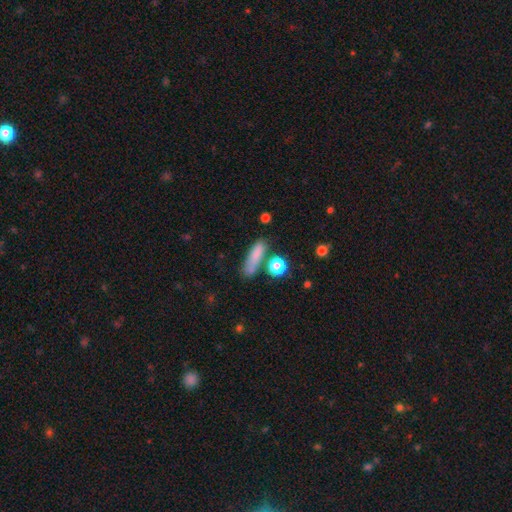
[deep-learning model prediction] smooth 79%, featured or disk 11%, star or artifact 10%. Down the decision tree: how rounded — cigar-shaped (61%); merging — none (64%).